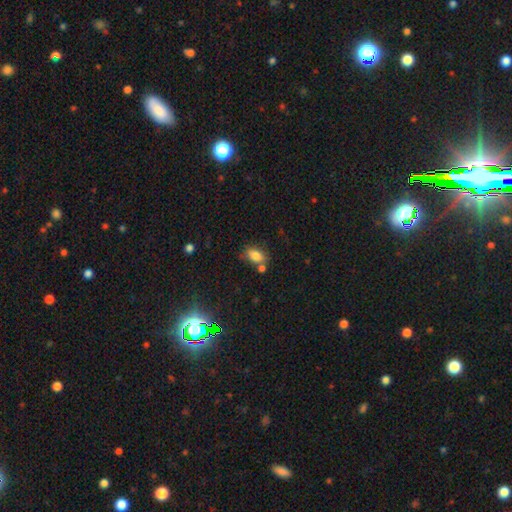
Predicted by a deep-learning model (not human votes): This is likely a smooth galaxy (79%). How rounded: clearly in between (85%). Merging: possibly none (59%).